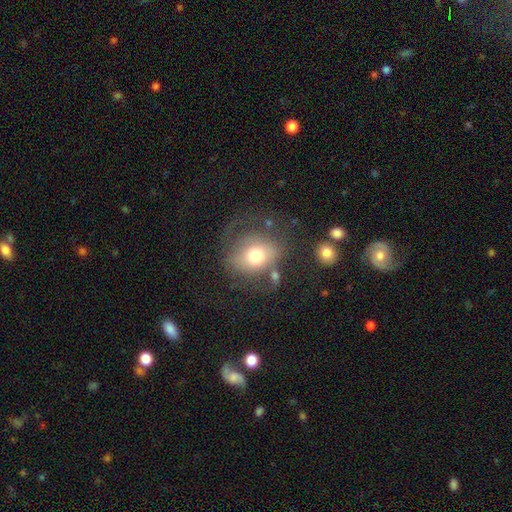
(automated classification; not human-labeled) smooth_or_featured: smooth (p=0.61) [alt: featured or disk p=0.29]
how_rounded: round (p=0.63) [alt: in between p=0.36]
merging: none (p=0.46) [alt: major disturbance p=0.26]